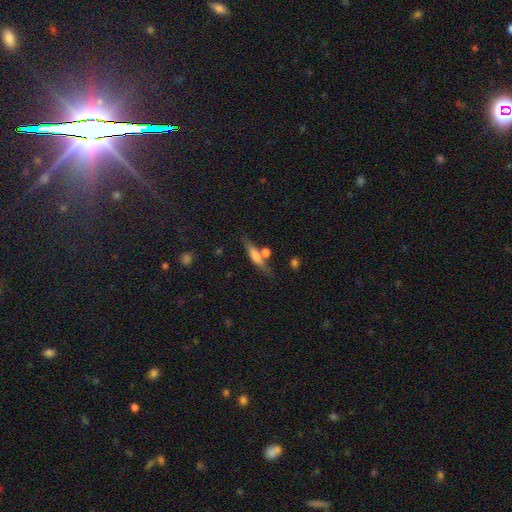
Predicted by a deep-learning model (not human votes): A smooth galaxy with no disk features (59%) that is cigar-shaped (77%).

Vote fractions:
- Smooth or featured? smooth: 59% / featured or disk: 33% / star or artifact: 8%
- How rounded? cigar-shaped: 77% / in between: 19% / round: 3%
- Merging? none: 64% / merger: 18% / minor disturbance: 14% / major disturbance: 5%